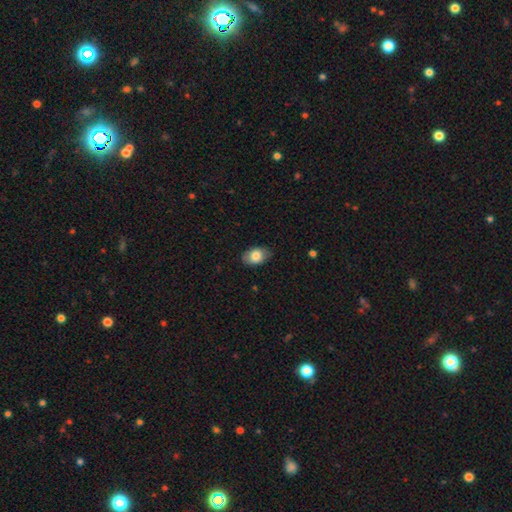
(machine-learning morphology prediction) A smooth galaxy with no disk features (82%) that is in between round and cigar-shaped (87%).

Vote fractions:
- Smooth or featured? smooth: 82% / featured or disk: 11% / star or artifact: 7%
- How rounded? in between: 87% / round: 12% / cigar-shaped: 1%
- Merging? none: 82% / minor disturbance: 15% / major disturbance: 3% / merger: 1%